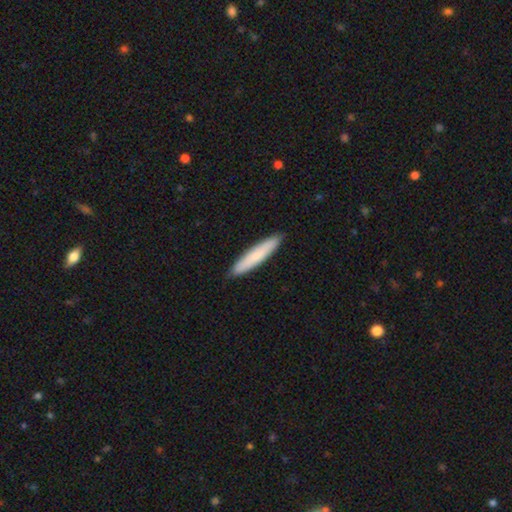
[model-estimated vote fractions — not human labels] Morphology: type=smooth (78%); roundness=cigar-shaped (91%); merging=none (91%).